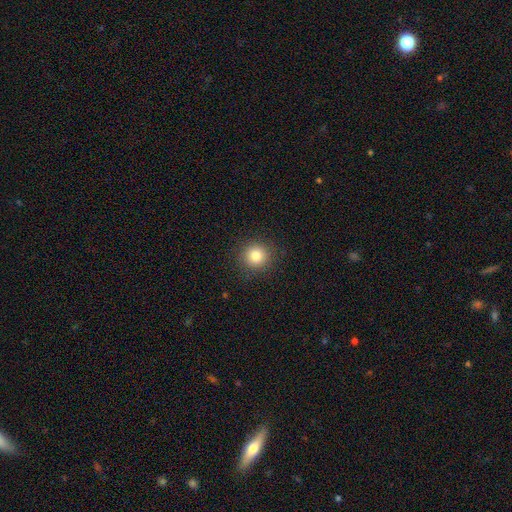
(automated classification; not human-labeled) The model was most divided on "smooth or featured": smooth: 82%, star or artifact: 12%, featured or disk: 6%. More confident: how rounded — round (93%); merging — none (91%).